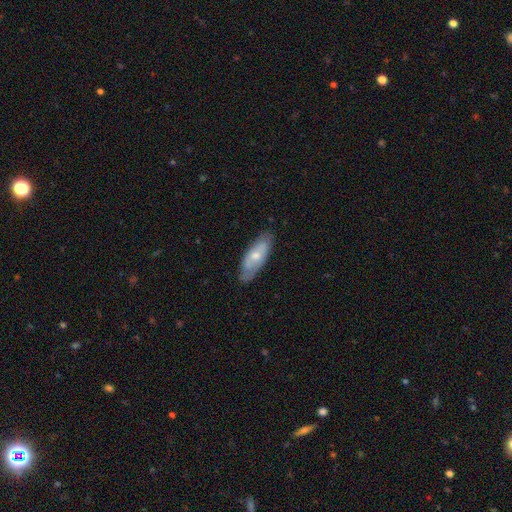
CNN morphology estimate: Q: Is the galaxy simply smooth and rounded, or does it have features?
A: smooth — 52%.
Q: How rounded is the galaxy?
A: in between — 66%.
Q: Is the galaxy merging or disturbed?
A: none — 76%.